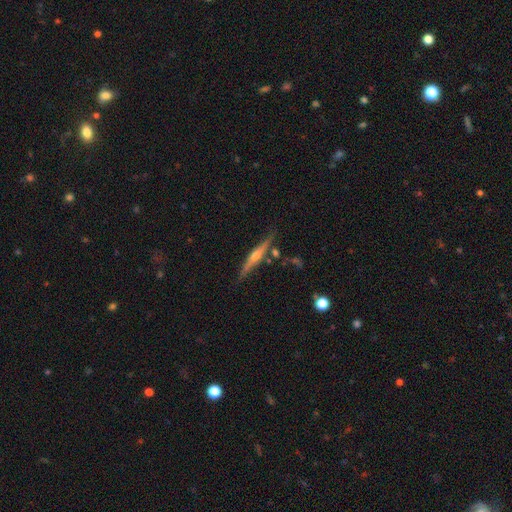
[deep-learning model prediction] A featured or disk galaxy (74%) viewed edge-on (97%) with a rounded central bulge (86%). Merging: none (82%).